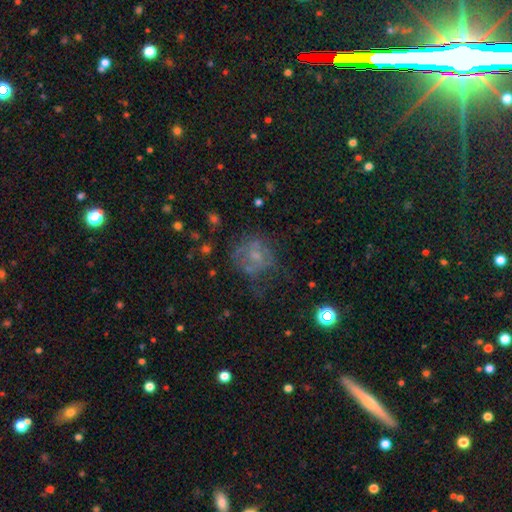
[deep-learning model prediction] The model was most divided on "smooth or featured": smooth: 42%, featured or disk: 39%, star or artifact: 19%. Remaining: merging — none (45%).